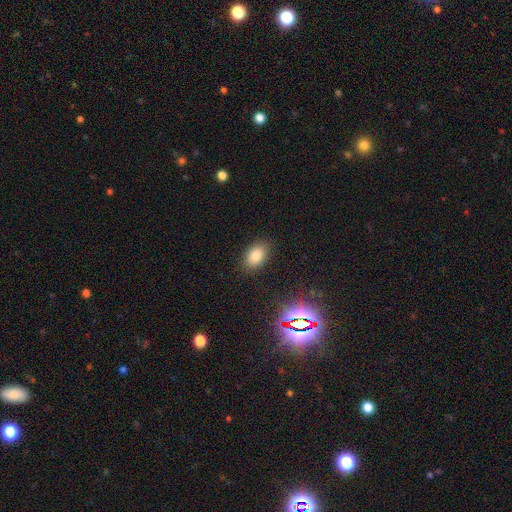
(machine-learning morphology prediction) type=smooth (81%); roundness=in between (88%); merging=none (86%).